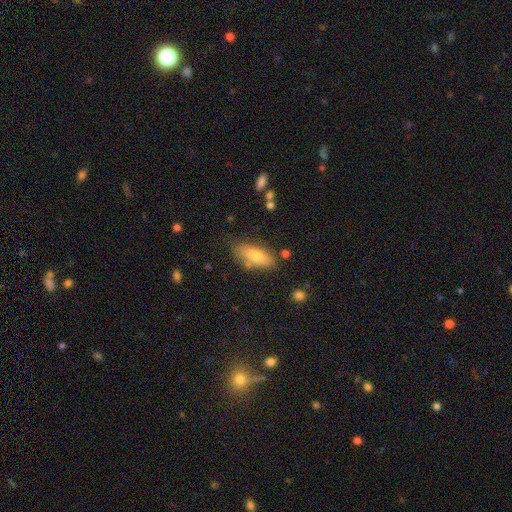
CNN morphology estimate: smooth-or-featured: smooth: 75% | featured or disk: 17% | star or artifact: 8%
  how-rounded: in between: 75% | cigar-shaped: 23% | round: 2%
  merging: none: 72% | minor disturbance: 18% | merger: 5% | major disturbance: 5%